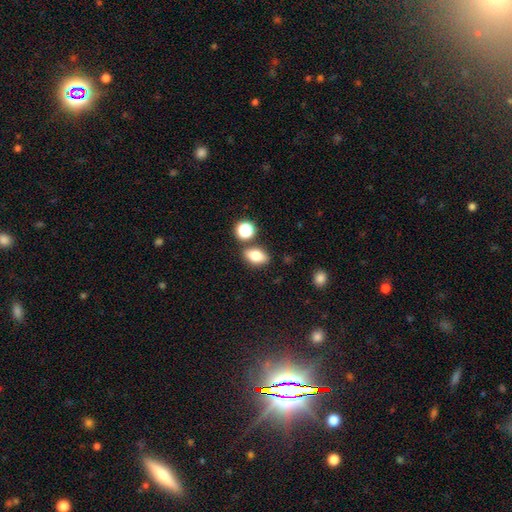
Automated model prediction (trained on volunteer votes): Overall: smooth (75%). How rounded: in between (80%). Merging: none (79%).